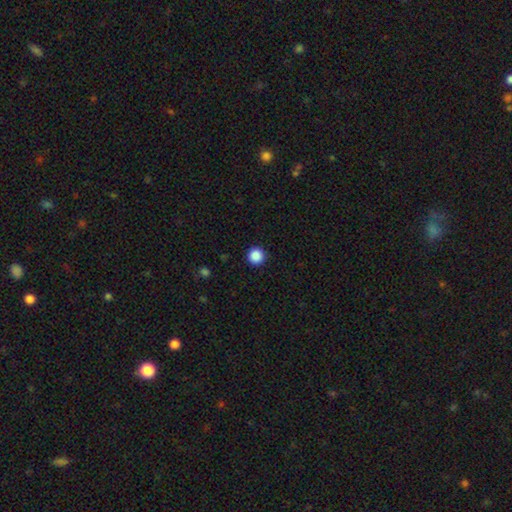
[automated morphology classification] Smooth or featured? smooth (88%)
How rounded? round (96%)
Merging? none (93%)